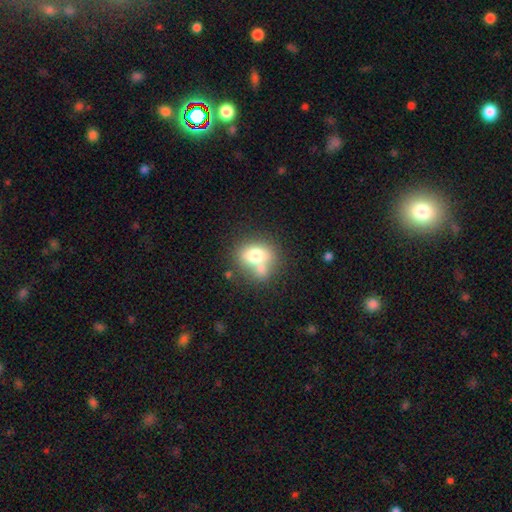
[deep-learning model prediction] Smooth or featured? smooth (71%)
How rounded? in between (52%)
Merging? none (43%)